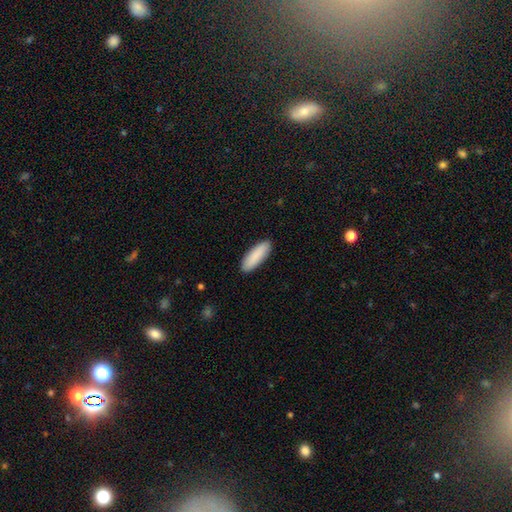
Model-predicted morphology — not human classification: A smooth galaxy with no disk features (90%) that is in between round and cigar-shaped (53%).

Vote fractions:
- Smooth or featured? smooth: 90% / star or artifact: 5% / featured or disk: 5%
- How rounded? in between: 53% / cigar-shaped: 46% / round: 1%
- Merging? none: 90% / minor disturbance: 7% / major disturbance: 2% / merger: 1%